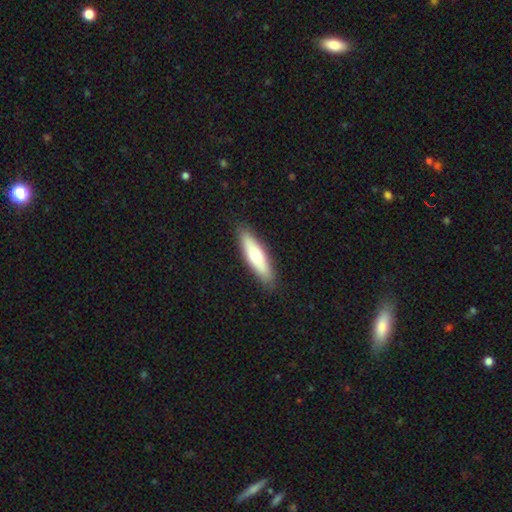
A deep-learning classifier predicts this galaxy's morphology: Smooth or featured?
  - smooth: 62% *
  - featured or disk: 33%
  - star or artifact: 6%
How rounded?
  - cigar-shaped: 66% *
  - in between: 33%
  - round: 2%
Merging?
  - none: 88% *
  - minor disturbance: 9%
  - major disturbance: 2%
  - merger: 1%